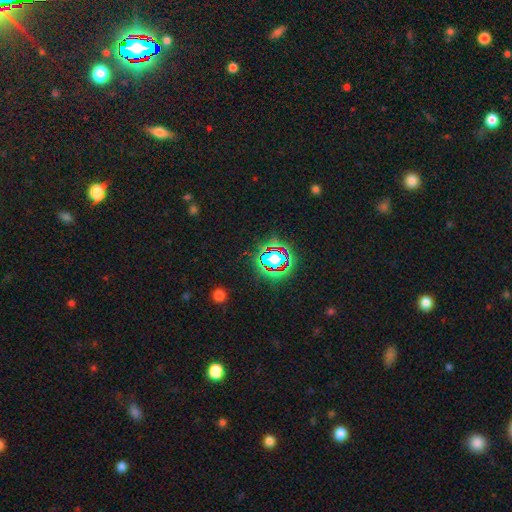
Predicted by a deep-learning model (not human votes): smooth_or_featured: star or artifact (p=0.78) [alt: smooth p=0.14]